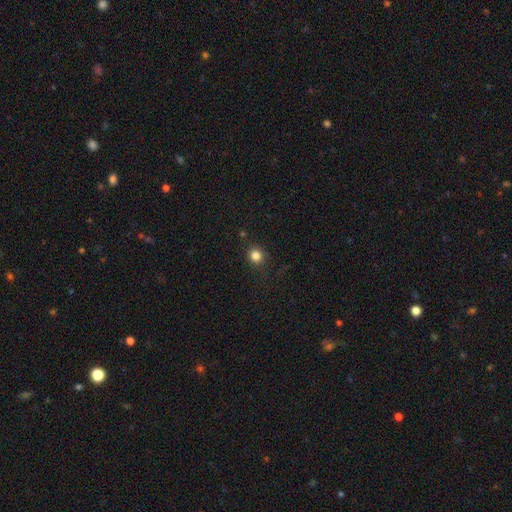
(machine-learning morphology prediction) smooth-or-featured: smooth: 83% | star or artifact: 13% | featured or disk: 4%
  how-rounded: round: 86% | in between: 13% | cigar-shaped: 1%
  merging: none: 86% | minor disturbance: 9% | major disturbance: 3% | merger: 2%